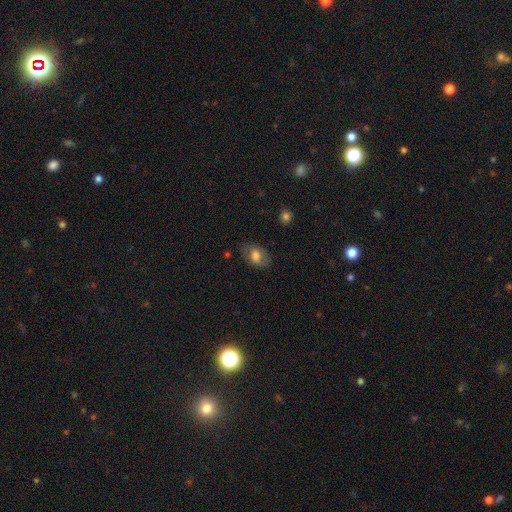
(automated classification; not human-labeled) Smooth or featured?
  - smooth: 68% *
  - featured or disk: 24%
  - star or artifact: 8%
How rounded?
  - in between: 85% *
  - round: 14%
  - cigar-shaped: 1%
Merging?
  - none: 75% *
  - minor disturbance: 17%
  - major disturbance: 6%
  - merger: 1%